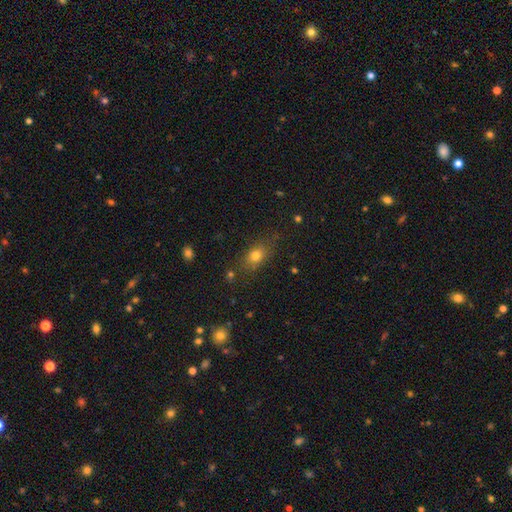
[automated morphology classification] A smooth galaxy with no disk features (77%) that is in between round and cigar-shaped (69%). Merging: none (75%).